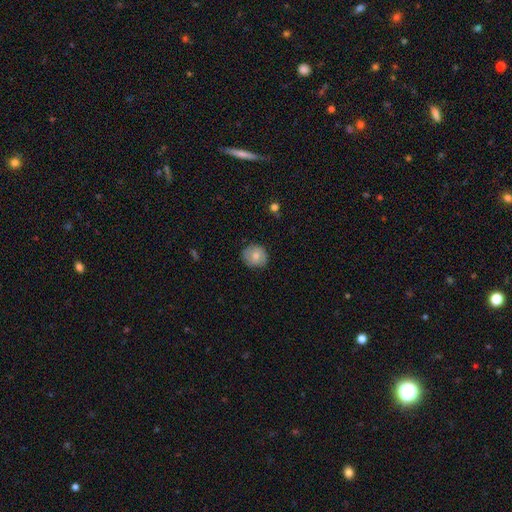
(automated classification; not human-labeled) A smooth galaxy with no disk features (69%) that is round (84%).

Vote fractions:
- Smooth or featured? smooth: 69% / featured or disk: 23% / star or artifact: 8%
- How rounded? round: 84% / in between: 15% / cigar-shaped: 1%
- Merging? none: 81% / minor disturbance: 15% / major disturbance: 3% / merger: 1%